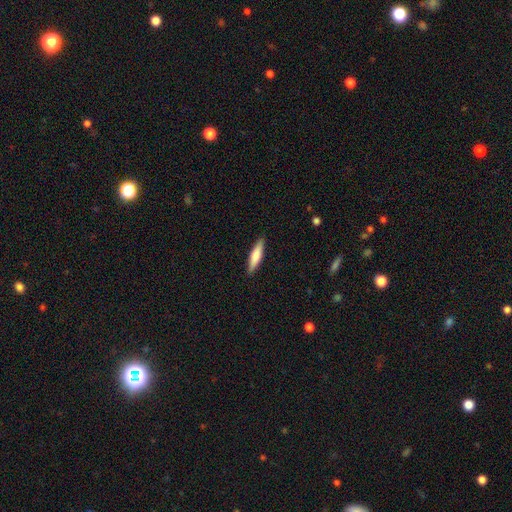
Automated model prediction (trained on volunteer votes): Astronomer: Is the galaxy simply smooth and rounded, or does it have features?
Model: smooth — 67%.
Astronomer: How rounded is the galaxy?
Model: cigar-shaped — 77%.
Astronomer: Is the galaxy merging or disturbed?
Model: none — 90%.